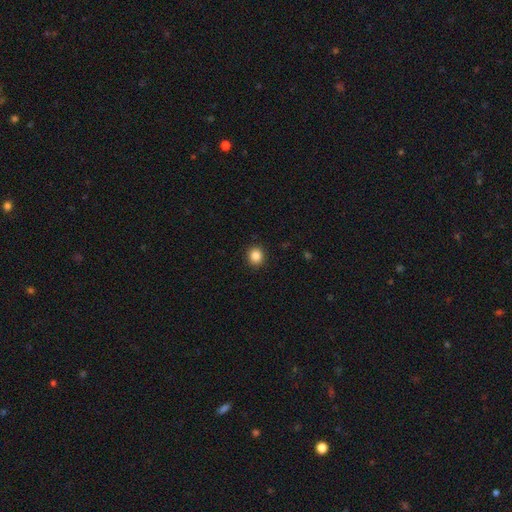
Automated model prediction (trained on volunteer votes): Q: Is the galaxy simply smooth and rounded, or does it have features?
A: smooth — 86%.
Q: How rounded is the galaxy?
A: round — 83%.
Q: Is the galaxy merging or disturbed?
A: none — 92%.